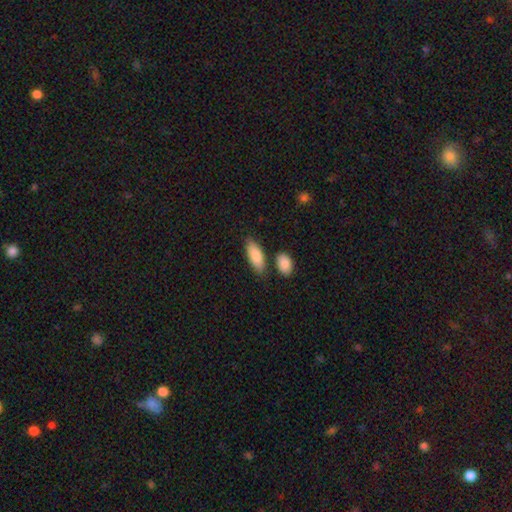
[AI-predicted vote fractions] A smooth galaxy with no disk features (87%) that is in between round and cigar-shaped (80%).

Vote fractions:
- Smooth or featured? smooth: 87% / featured or disk: 8% / star or artifact: 5%
- How rounded? in between: 80% / cigar-shaped: 18% / round: 2%
- Merging? none: 74% / minor disturbance: 13% / merger: 9% / major disturbance: 3%